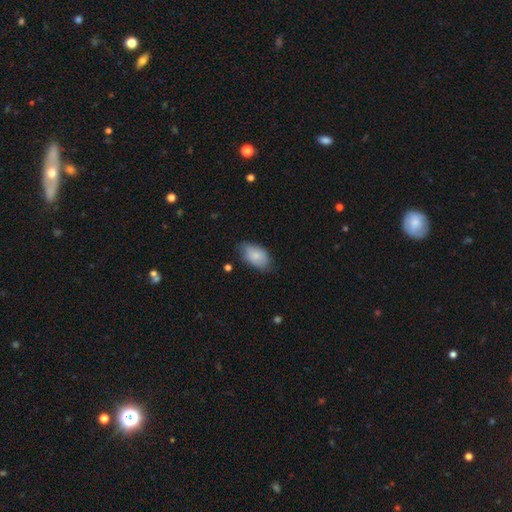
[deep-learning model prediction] Smooth or featured? smooth (81%)
How rounded? in between (92%)
Merging? none (69%)